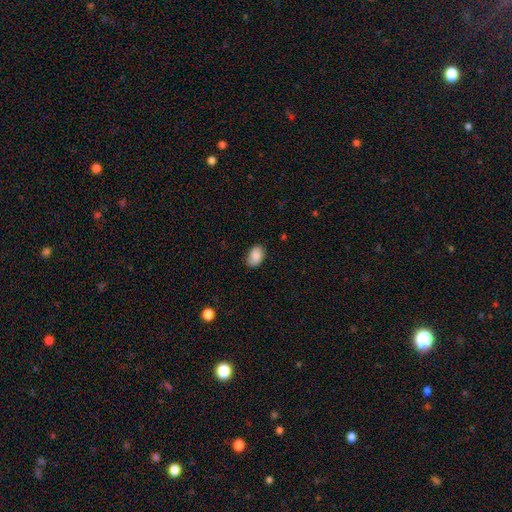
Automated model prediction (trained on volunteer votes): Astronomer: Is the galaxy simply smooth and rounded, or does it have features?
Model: smooth — 89%.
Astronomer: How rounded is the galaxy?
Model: in between — 88%.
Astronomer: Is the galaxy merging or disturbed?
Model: none — 81%.